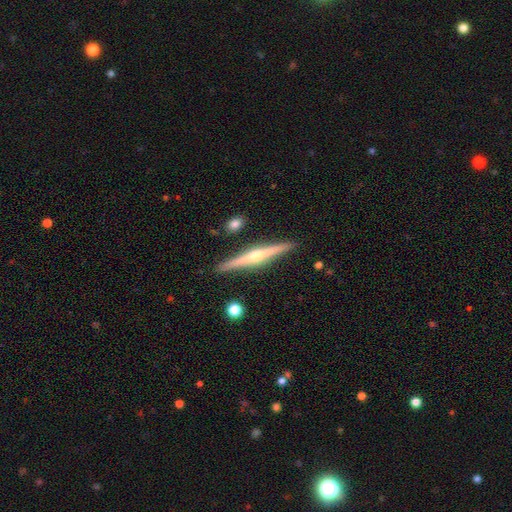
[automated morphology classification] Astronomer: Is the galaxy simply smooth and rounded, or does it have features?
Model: featured or disk — 77%.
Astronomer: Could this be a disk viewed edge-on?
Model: yes — 98%.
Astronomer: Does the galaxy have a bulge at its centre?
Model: rounded — 89%.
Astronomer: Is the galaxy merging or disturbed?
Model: none — 90%.